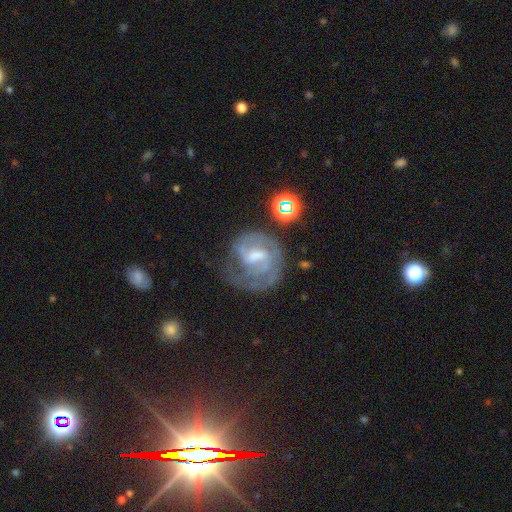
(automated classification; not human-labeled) The model was most divided on "bulge size": moderate: 38%, small: 37%, none: 18%, large: 5%, dominant: 1%. Remaining: edge-on disk — no (97%); spiral arms — yes (91%); smooth or featured — featured or disk (80%); bar — weak (57%); merging — none (51%); spiral winding — tight (50%); spiral arm count — 2 (41%).